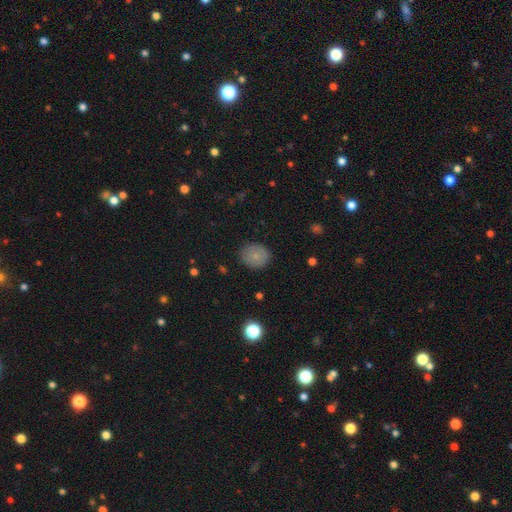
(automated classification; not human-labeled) smooth_or_featured: smooth (p=0.74) [alt: featured or disk p=0.16]
how_rounded: round (p=0.68) [alt: in between p=0.31]
merging: none (p=0.85) [alt: minor disturbance p=0.11]